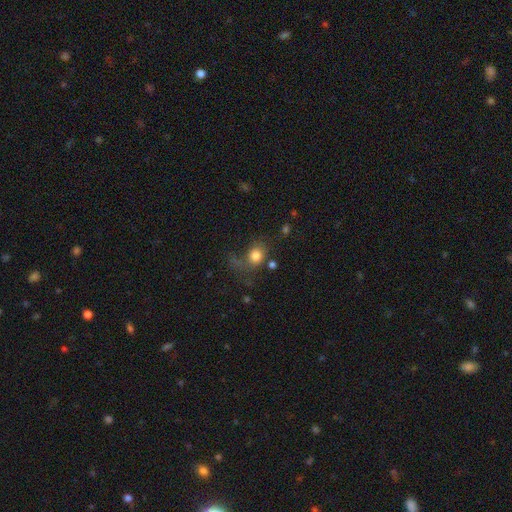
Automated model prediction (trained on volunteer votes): smooth-or-featured: smooth: 77% | star or artifact: 11% | featured or disk: 11%
  how-rounded: round: 69% | in between: 29% | cigar-shaped: 1%
  merging: none: 45% | major disturbance: 26% | minor disturbance: 21% | merger: 7%